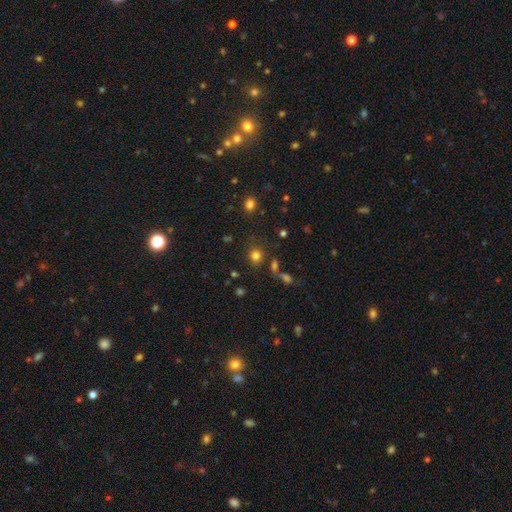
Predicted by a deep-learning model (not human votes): Smooth or featured? Predicted: smooth (p=0.78). How rounded? Predicted: round (p=0.82). Merging? Predicted: none (p=0.79).